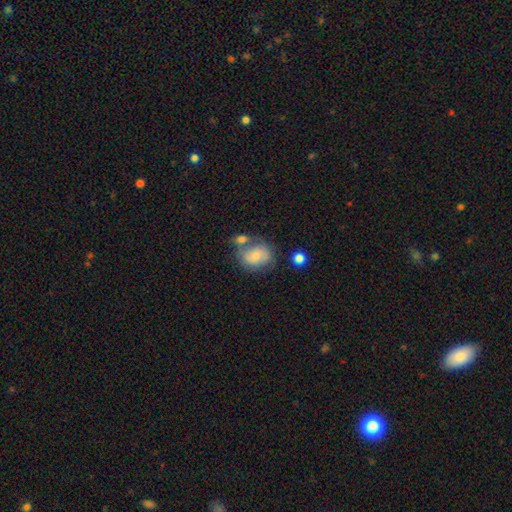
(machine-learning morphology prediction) Overall: smooth (66%). How rounded: in between (57%; round 42%). Merging: none (42%; merger 28%).